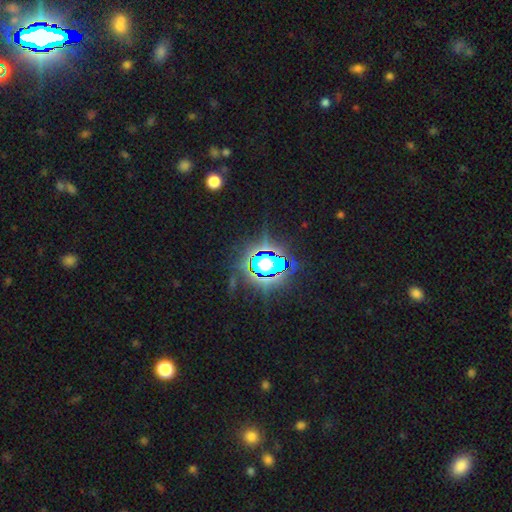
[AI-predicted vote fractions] This appears to be a star or artifact, not a galaxy (81%).